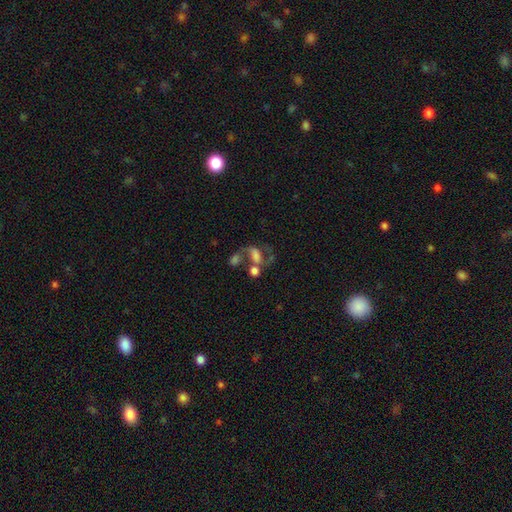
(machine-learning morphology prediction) This appears to be a featured or disk galaxy (50%). Merging: merger (39%).